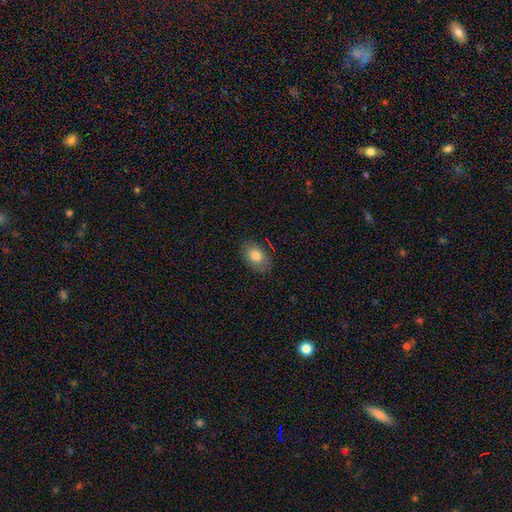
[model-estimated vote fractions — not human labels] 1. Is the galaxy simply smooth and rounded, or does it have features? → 82% smooth, 10% featured or disk, 8% star or artifact.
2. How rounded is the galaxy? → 85% in between, 13% round, 1% cigar-shaped.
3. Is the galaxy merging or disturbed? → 84% none, 12% minor disturbance, 3% major disturbance, 1% merger.